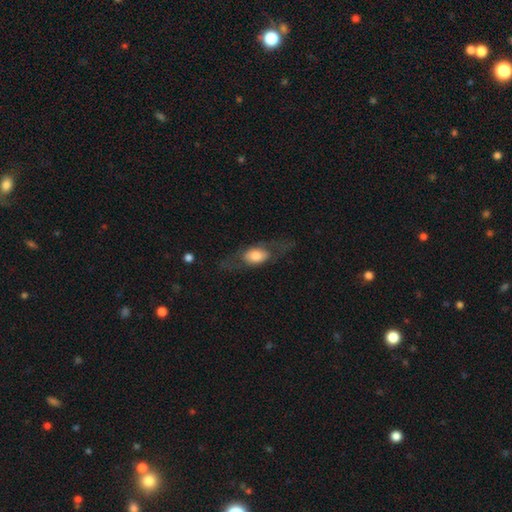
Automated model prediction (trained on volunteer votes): Q: Smooth or featured?
A: smooth (53%); runner-up: featured or disk (40%)
Q: How rounded?
A: in between (74%); runner-up: round (14%)
Q: Merging?
A: none (65%); runner-up: minor disturbance (17%)